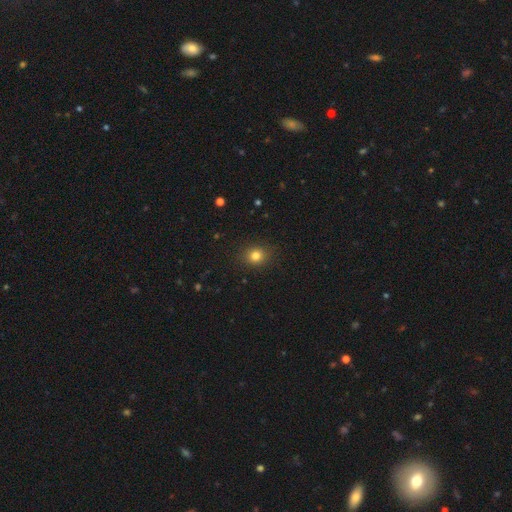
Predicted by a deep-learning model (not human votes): Smooth or featured? Predicted: smooth (p=0.81). How rounded? Predicted: round (p=0.72). Merging? Predicted: none (p=0.89).